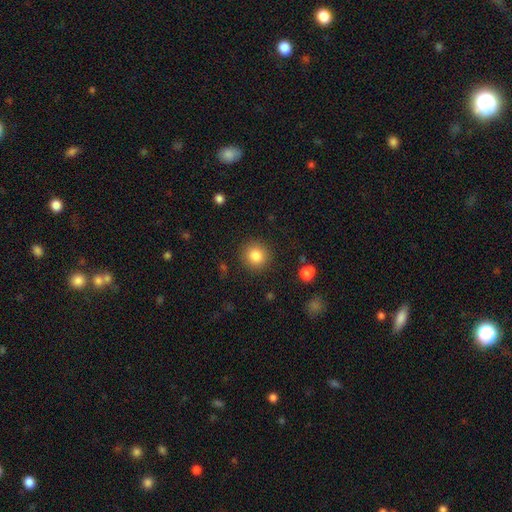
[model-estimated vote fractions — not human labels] This is clearly a smooth galaxy (83%). How rounded: clearly round (91%). Merging: clearly none (90%).